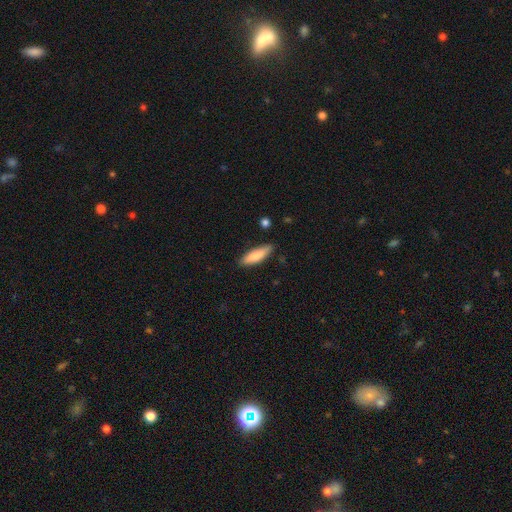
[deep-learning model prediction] smooth 80%, featured or disk 14%, star or artifact 6%. Down the decision tree: how rounded — cigar-shaped (56%); merging — none (84%).